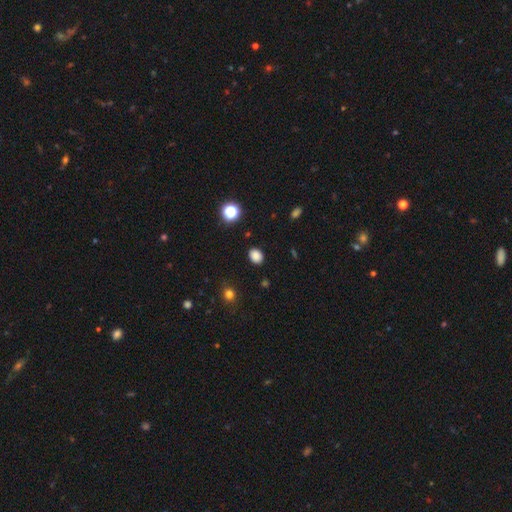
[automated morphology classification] Overall: smooth (84%). How rounded: in between (61%; round 39%). Merging: none (88%).